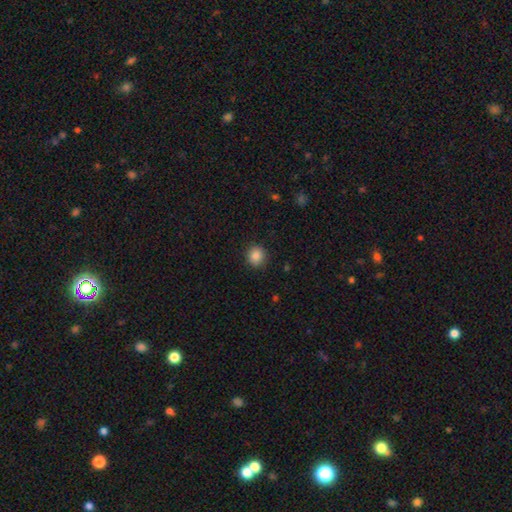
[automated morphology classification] The model was most divided on "smooth or featured": smooth: 85%, star or artifact: 10%, featured or disk: 5%. More confident: merging — none (90%); how rounded — round (89%).